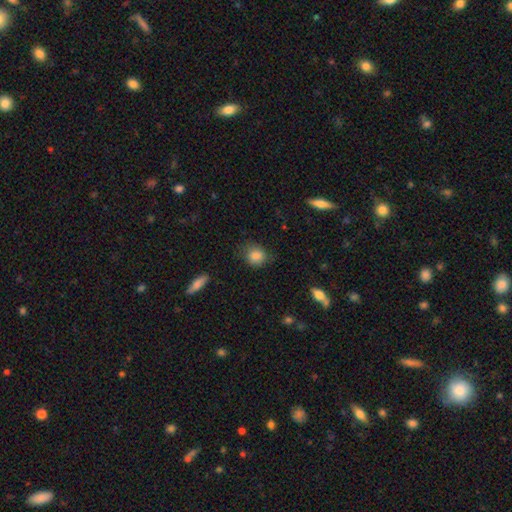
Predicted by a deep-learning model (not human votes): smooth_or_featured: smooth (p=0.84) [alt: star or artifact p=0.09]
how_rounded: round (p=0.71) [alt: in between p=0.27]
merging: none (p=0.73) [alt: minor disturbance p=0.20]